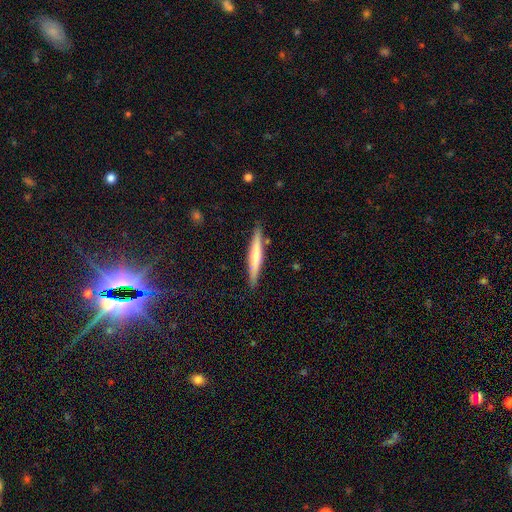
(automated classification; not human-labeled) Smooth or featured: smooth — 53% (featured or disk — 41%)
How rounded: cigar-shaped — 94% (in between — 5%)
Merging: none — 87% (minor disturbance — 9%)